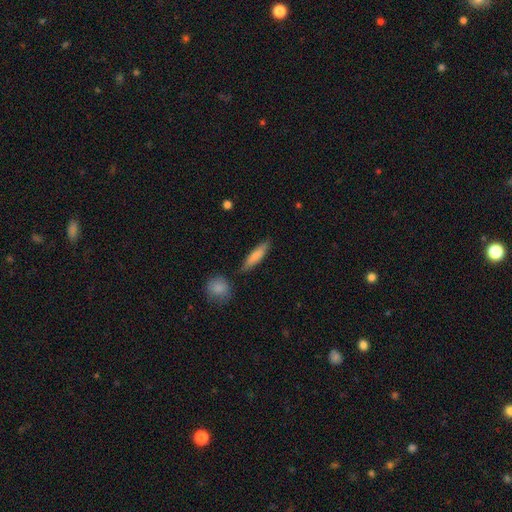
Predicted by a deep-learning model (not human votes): This is likely a smooth galaxy (78%). How rounded: likely cigar-shaped (72%). Merging: likely none (80%).